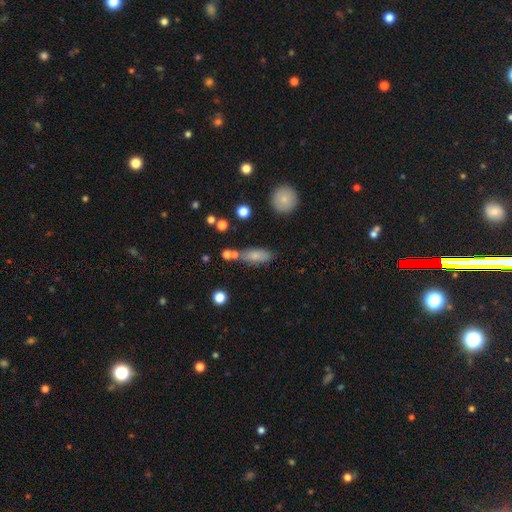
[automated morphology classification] Smooth or featured?
  - smooth: 76% *
  - featured or disk: 16%
  - star or artifact: 8%
How rounded?
  - in between: 63% *
  - cigar-shaped: 33%
  - round: 4%
Merging?
  - none: 64% *
  - minor disturbance: 17%
  - merger: 13%
  - major disturbance: 5%